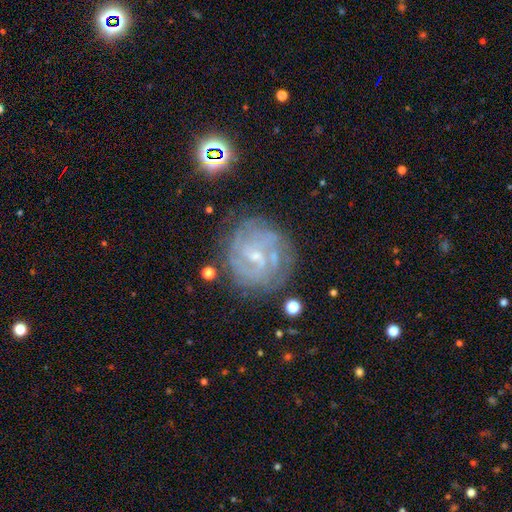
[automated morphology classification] A featured or disk galaxy (77%) with a weak bar (51%), tight (61%) spiral arms (88%) and a small central bulge (70%).

Vote fractions:
- Smooth or featured? featured or disk: 77% / smooth: 13% / star or artifact: 10%
- Edge-on disk? no: 98% / yes: 2%
- Bar? weak: 51% / no: 38% / strong: 11%
- Spiral arms? yes: 88% / no: 12%
- Spiral winding? tight: 61% / medium: 30% / loose: 9%
- Spiral arm count? can't tell: 44% / 2: 19% / 3: 16% / 4: 11% / more than 4: 6% / 1: 5%
- Bulge size? small: 70% / moderate: 19% / none: 9% / large: 1% / dominant: 1%
- Merging? none: 72% / minor disturbance: 17% / major disturbance: 8% / merger: 3%